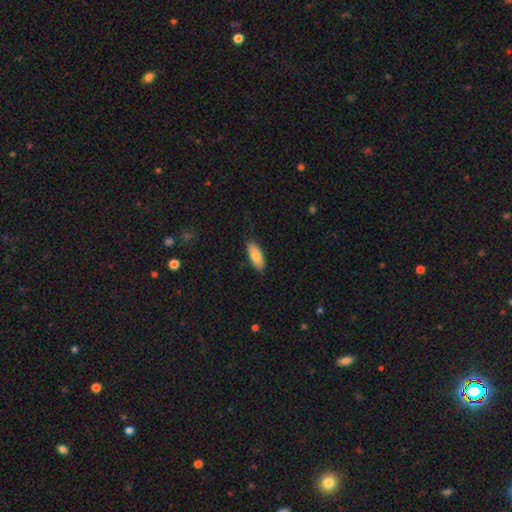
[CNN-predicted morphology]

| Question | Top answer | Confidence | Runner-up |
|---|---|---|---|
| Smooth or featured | smooth | 82% | featured or disk (12%) |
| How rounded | in between | 77% | cigar-shaped (21%) |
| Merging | none | 85% | minor disturbance (12%) |